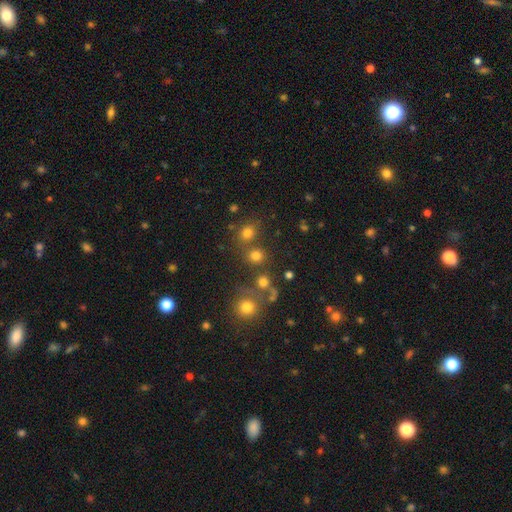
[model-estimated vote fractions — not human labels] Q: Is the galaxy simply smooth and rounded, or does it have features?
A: smooth — 71%.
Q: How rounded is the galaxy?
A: round — 86%.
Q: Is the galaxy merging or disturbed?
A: none — 68%.